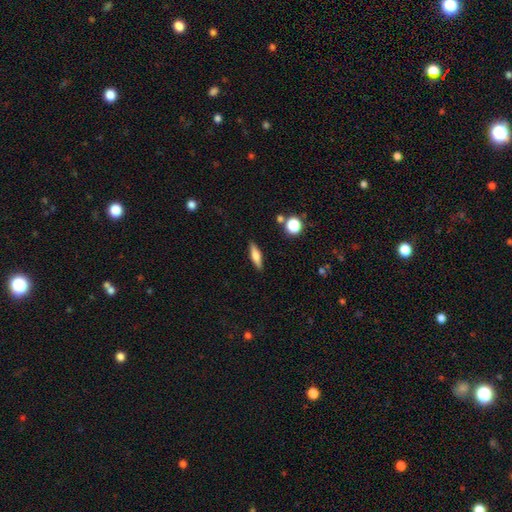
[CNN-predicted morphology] This is likely a smooth galaxy (61%). How rounded: likely cigar-shaped (60%). Merging: clearly none (87%).